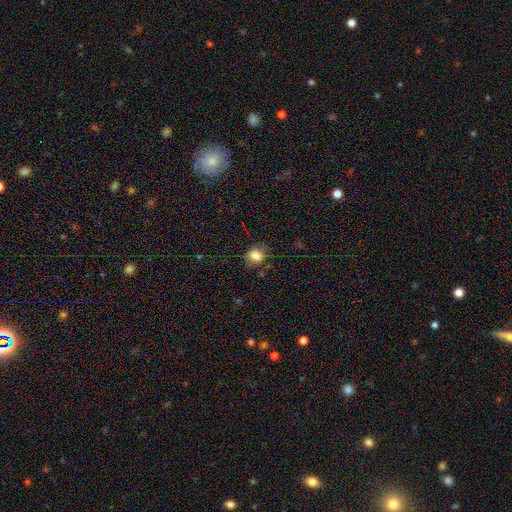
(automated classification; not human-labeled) The model was most divided on "how rounded": round: 55%, in between: 44%, cigar-shaped: 1%. More confident: smooth or featured — smooth (82%); merging — none (75%).